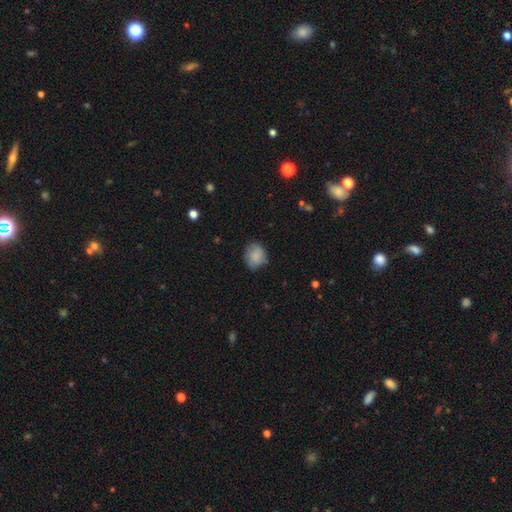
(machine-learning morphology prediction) type=smooth (82%); roundness=round (65%); merging=none (71%).